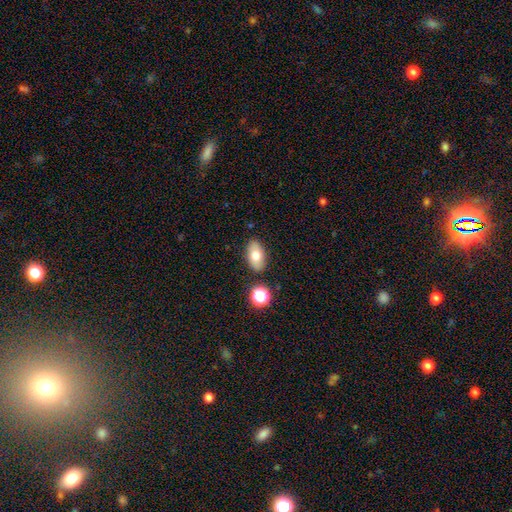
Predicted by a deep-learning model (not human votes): Q: Smooth or featured?
A: smooth (76%); runner-up: featured or disk (15%)
Q: How rounded?
A: in between (90%); runner-up: round (7%)
Q: Merging?
A: none (84%); runner-up: minor disturbance (10%)